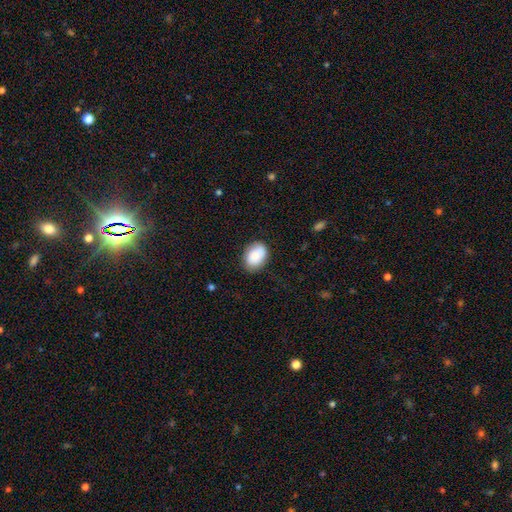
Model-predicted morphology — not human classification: smooth_or_featured: smooth (p=0.74) [alt: featured or disk p=0.19]
how_rounded: in between (p=0.76) [alt: round p=0.23]
merging: none (p=0.78) [alt: minor disturbance p=0.17]